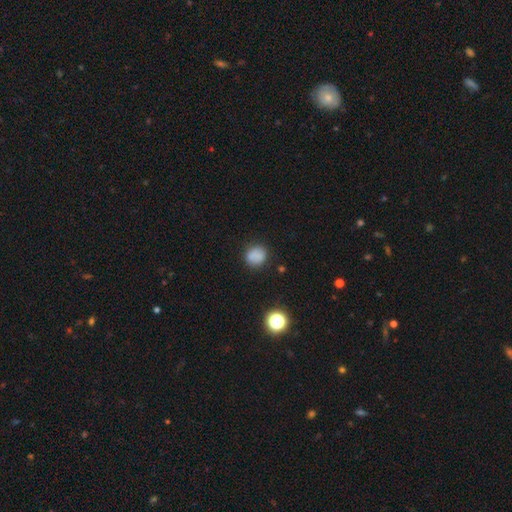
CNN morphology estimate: Smooth or featured: smooth — 82% (star or artifact — 13%)
How rounded: round — 76% (in between — 23%)
Merging: none — 82% (minor disturbance — 12%)